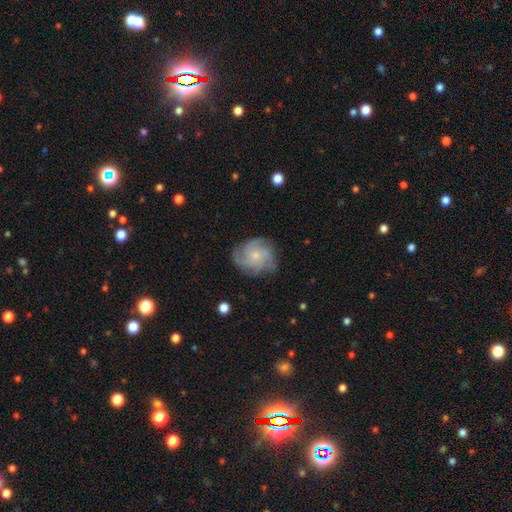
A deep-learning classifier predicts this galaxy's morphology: Smooth or featured: featured or disk — 72% (smooth — 20%)
Edge-on disk: no — 98% (yes — 2%)
Bar: no — 80% (weak — 18%)
Spiral arms: yes — 93% (no — 7%)
Spiral winding: tight — 46% (medium — 40%)
Spiral arm count: 4 — 34% (can't tell — 23%)
Bulge size: small — 61% (moderate — 31%)
Merging: none — 76% (minor disturbance — 16%)